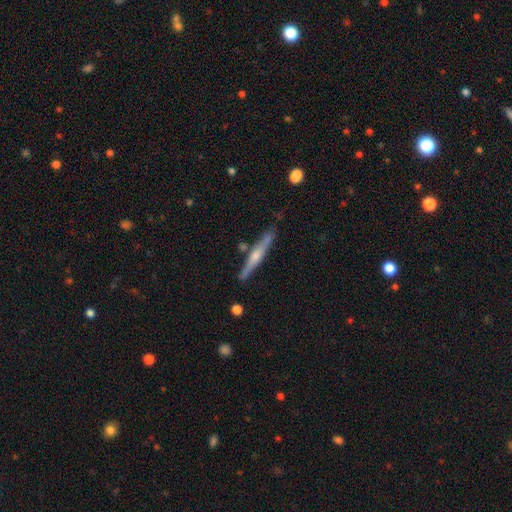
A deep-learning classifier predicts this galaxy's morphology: Overall: featured or disk (68%). Edge-on disk: yes (95%). Edge-on bulge: rounded (79%). Merging: none (81%).